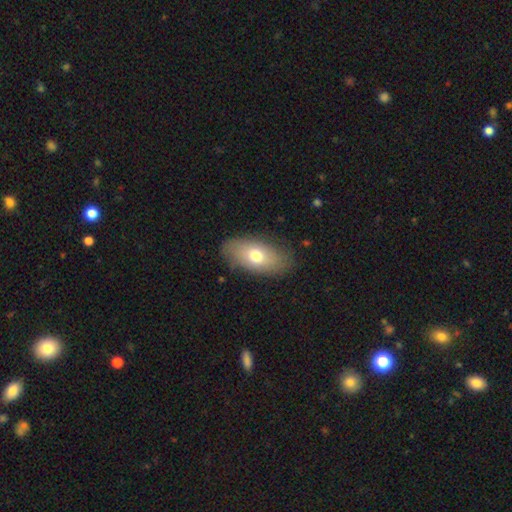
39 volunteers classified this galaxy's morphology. Smooth or featured? 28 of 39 (72%) said smooth. How rounded? 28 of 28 (100%) said in between. Merging? 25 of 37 (68%) said none.